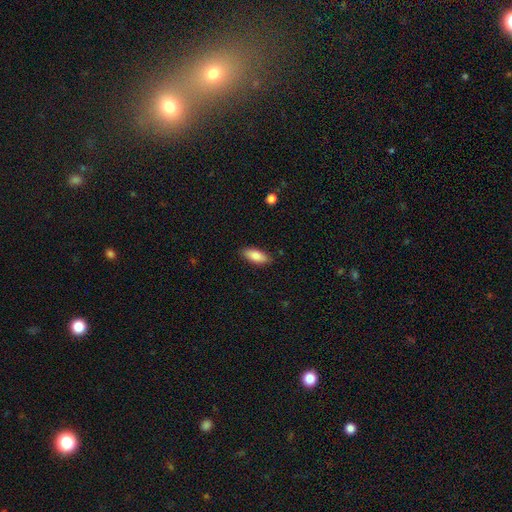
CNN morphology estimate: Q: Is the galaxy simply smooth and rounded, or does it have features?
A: smooth — 84%.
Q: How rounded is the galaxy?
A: in between — 81%.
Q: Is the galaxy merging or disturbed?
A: none — 87%.